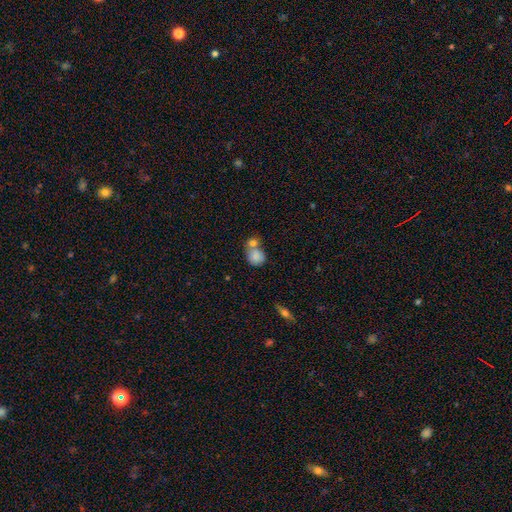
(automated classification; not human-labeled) This appears to be a smooth galaxy with no disk features (82%) that is round (69%). Merging: merger (51%).